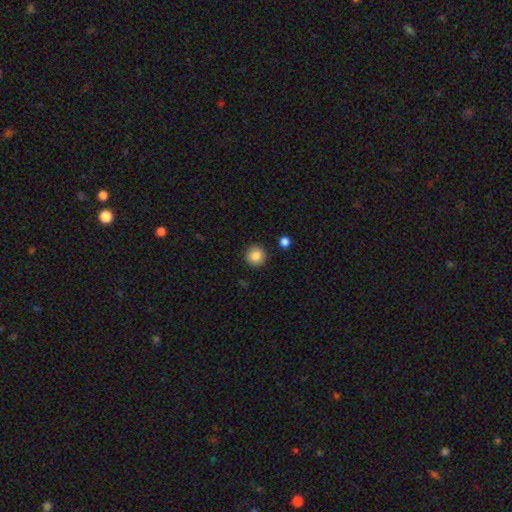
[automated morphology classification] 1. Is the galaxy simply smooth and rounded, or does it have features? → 86% smooth, 9% star or artifact, 5% featured or disk.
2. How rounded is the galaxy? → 93% round, 6% in between, 1% cigar-shaped.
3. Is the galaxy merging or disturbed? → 90% none, 6% minor disturbance, 2% major disturbance, 2% merger.